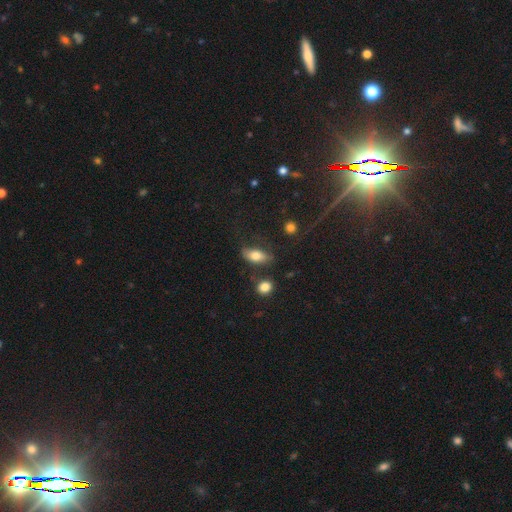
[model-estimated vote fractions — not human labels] smooth_or_featured: smooth (p=0.75) [alt: featured or disk p=0.17]
how_rounded: in between (p=0.84) [alt: cigar-shaped p=0.11]
merging: none (p=0.61) [alt: minor disturbance p=0.22]